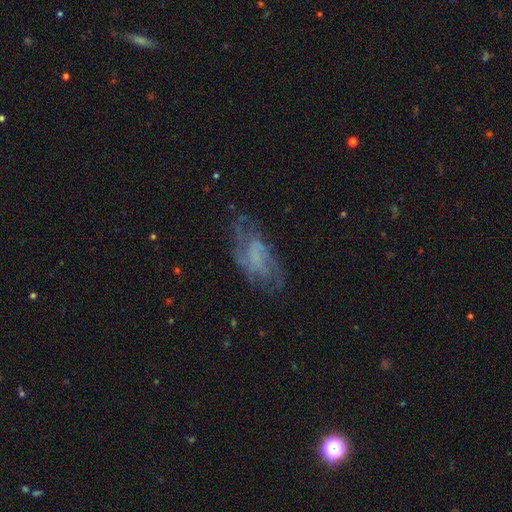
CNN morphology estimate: A featured or disk galaxy (63%) with no bar (61%), spiral arms (71%) and no central bulge (64%).

Vote fractions:
- Smooth or featured? featured or disk: 63% / smooth: 27% / star or artifact: 11%
- Edge-on disk? no: 94% / yes: 6%
- Bar? no: 61% / weak: 30% / strong: 9%
- Spiral arms? yes: 71% / no: 29%
- Bulge size? none: 64% / small: 17% / moderate: 12% / large: 6% / dominant: 1%
- Merging? none: 57% / minor disturbance: 23% / major disturbance: 18% / merger: 2%